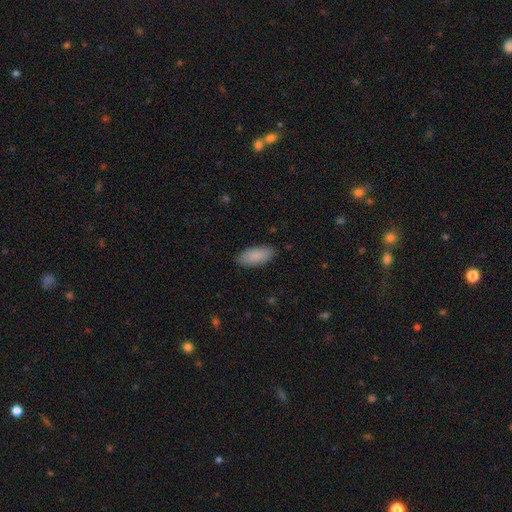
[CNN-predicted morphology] smooth-or-featured: smooth: 89% | star or artifact: 6% | featured or disk: 5%
  how-rounded: in between: 85% | cigar-shaped: 13% | round: 2%
  merging: none: 88% | minor disturbance: 9% | major disturbance: 2% | merger: 1%